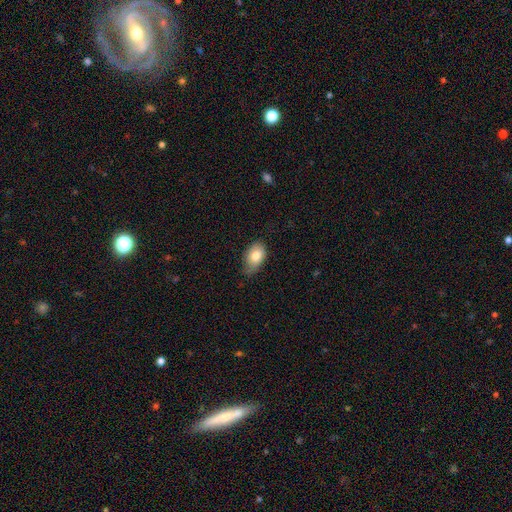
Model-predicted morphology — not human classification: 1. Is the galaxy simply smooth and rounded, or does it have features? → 80% smooth, 12% featured or disk, 8% star or artifact.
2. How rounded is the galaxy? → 88% in between, 10% round, 2% cigar-shaped.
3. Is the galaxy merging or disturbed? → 55% none, 37% minor disturbance, 7% major disturbance, 1% merger.